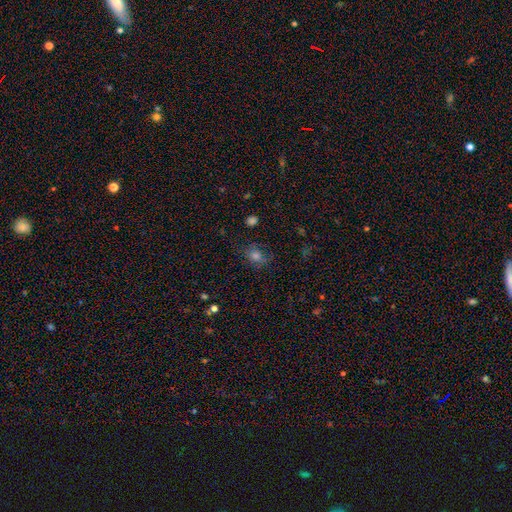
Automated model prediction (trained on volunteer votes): The model was most divided on "how rounded": in between: 52%, round: 46%, cigar-shaped: 2%. More confident: merging — none (69%); smooth or featured — smooth (66%).